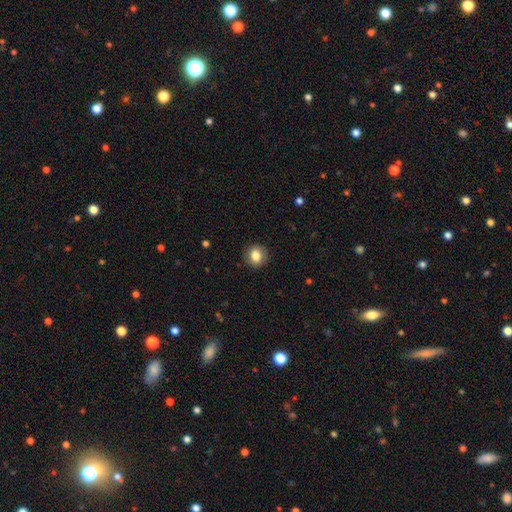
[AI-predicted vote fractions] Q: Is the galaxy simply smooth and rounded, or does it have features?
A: smooth — 83%.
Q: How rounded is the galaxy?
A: round — 80%.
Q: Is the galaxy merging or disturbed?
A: none — 89%.